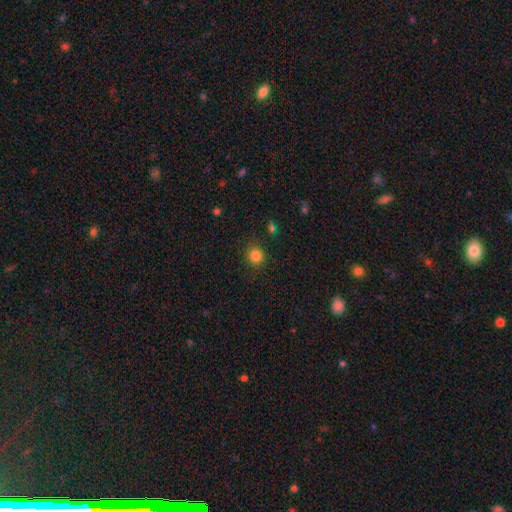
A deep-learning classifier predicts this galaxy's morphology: The model was most divided on "smooth or featured": smooth: 83%, star or artifact: 13%, featured or disk: 4%. More confident: how rounded — round (91%); merging — none (88%).